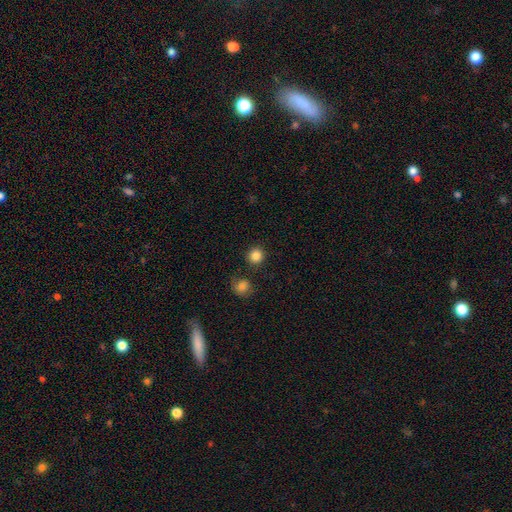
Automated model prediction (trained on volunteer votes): The model was most divided on "smooth or featured": smooth: 85%, star or artifact: 11%, featured or disk: 4%. More confident: how rounded — round (91%); merging — none (86%).